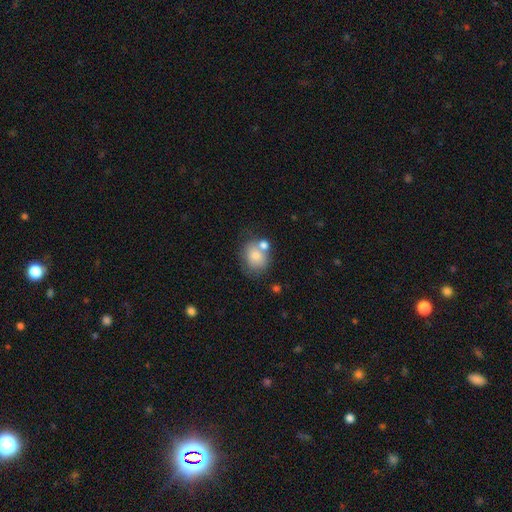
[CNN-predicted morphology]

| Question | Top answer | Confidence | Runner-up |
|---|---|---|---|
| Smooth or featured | smooth | 78% | featured or disk (14%) |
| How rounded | round | 64% | in between (35%) |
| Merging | none | 50% | merger (26%) |